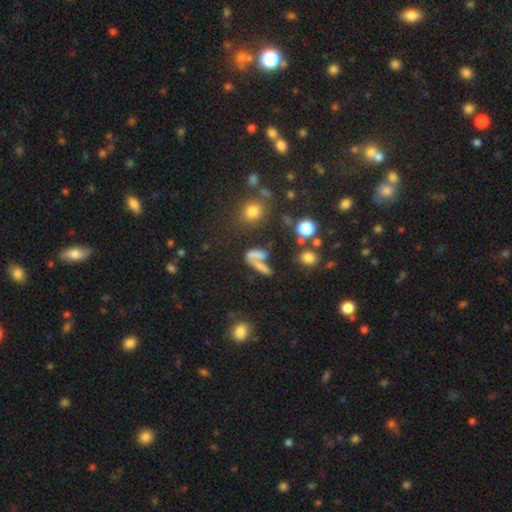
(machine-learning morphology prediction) This is possibly a smooth galaxy (58%). How rounded: possibly in between (46%). Merging: marginally merger (43%).